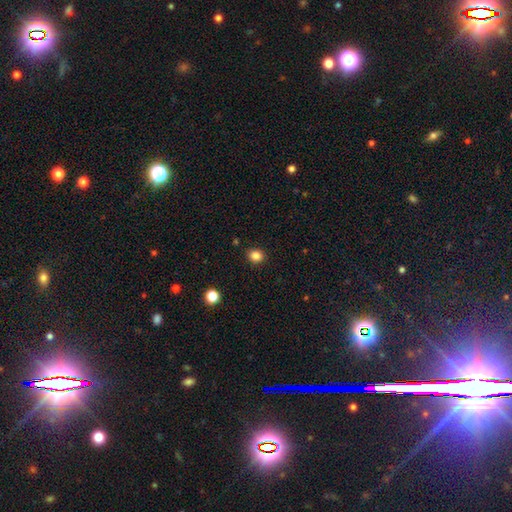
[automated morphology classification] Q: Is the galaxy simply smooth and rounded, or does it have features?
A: smooth — 84%.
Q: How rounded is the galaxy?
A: round — 66%.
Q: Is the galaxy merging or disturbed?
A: none — 89%.